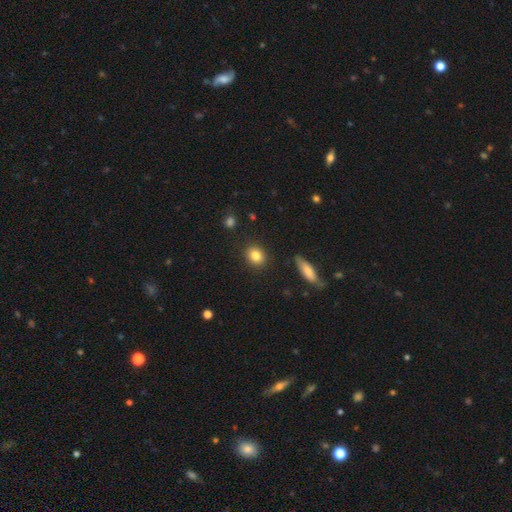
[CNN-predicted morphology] Smooth or featured?
  - smooth: 84% *
  - star or artifact: 9%
  - featured or disk: 7%
How rounded?
  - round: 65% *
  - in between: 33%
  - cigar-shaped: 2%
Merging?
  - none: 89% *
  - minor disturbance: 7%
  - major disturbance: 2%
  - merger: 2%